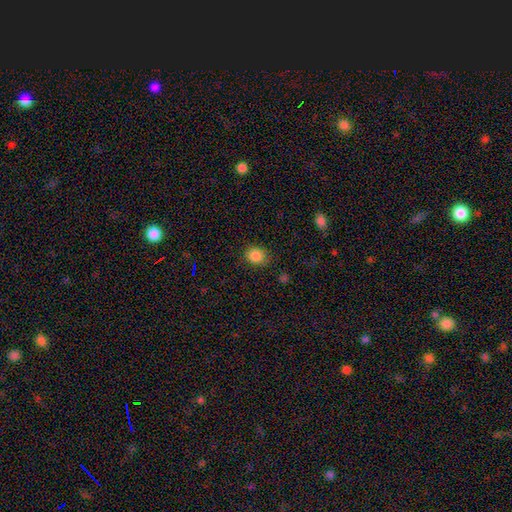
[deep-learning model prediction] A smooth galaxy with no disk features (85%) that is round (67%).

Vote fractions:
- Smooth or featured? smooth: 85% / star or artifact: 11% / featured or disk: 4%
- How rounded? round: 67% / in between: 32% / cigar-shaped: 1%
- Merging? none: 82% / minor disturbance: 13% / major disturbance: 3% / merger: 2%